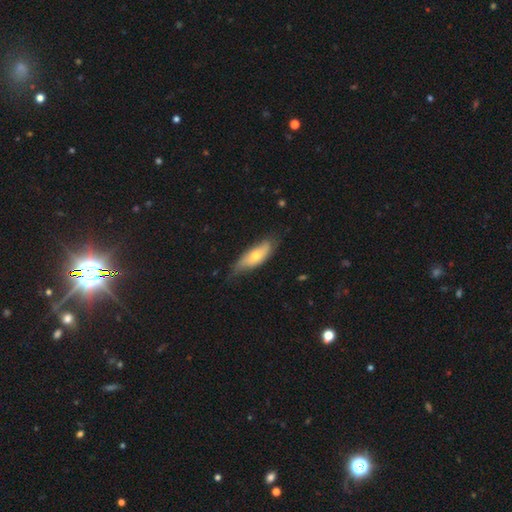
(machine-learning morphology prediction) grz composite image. It shows a smooth galaxy with no disk features (57%) that is in between round and cigar-shaped (69%). Merging: none (57%).